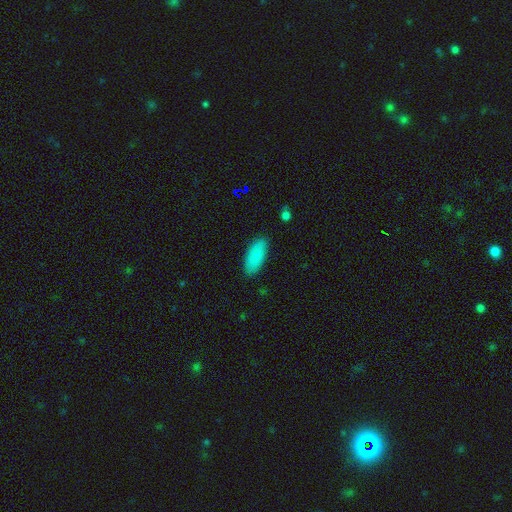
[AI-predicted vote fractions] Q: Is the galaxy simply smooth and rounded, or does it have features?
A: smooth — 87%.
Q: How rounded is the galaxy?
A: in between — 84%.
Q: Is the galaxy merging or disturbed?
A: none — 86%.